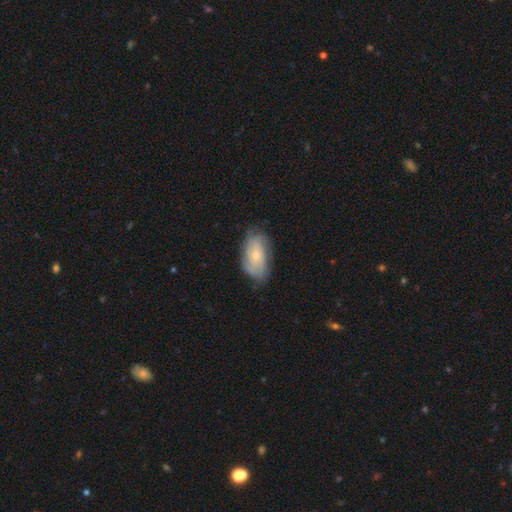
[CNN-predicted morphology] Overall: featured or disk (50%; smooth 43%). Merging: none (69%).